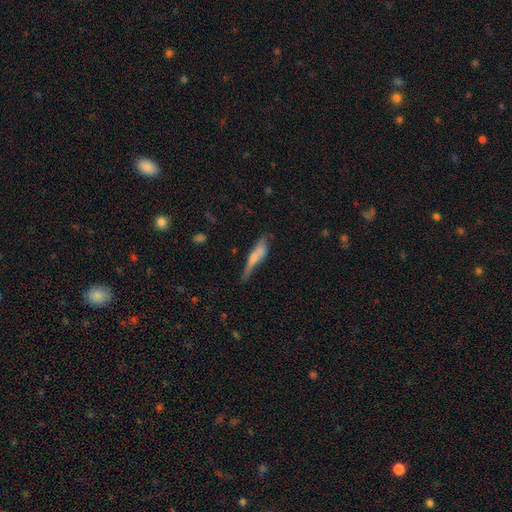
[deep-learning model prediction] Morphology: type=smooth (52%); roundness=cigar-shaped (81%); merging=none (47%).